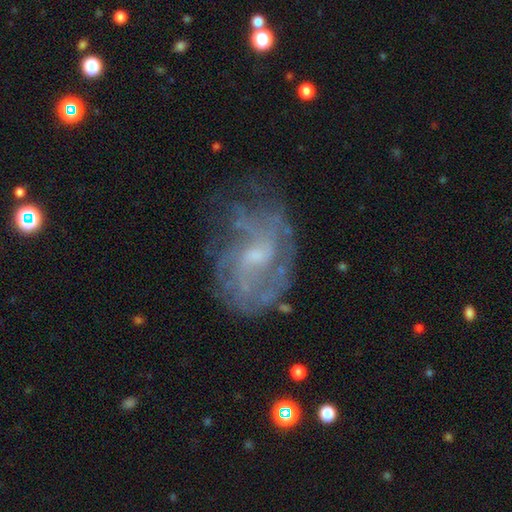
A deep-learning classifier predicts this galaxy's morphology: Smooth or featured? Predicted: featured or disk (p=0.78). Edge-on disk? Predicted: no (p=0.97). Bar? Predicted: no (p=0.49). Spiral arms? Predicted: yes (p=0.78). Spiral winding? Predicted: medium (p=0.41). Spiral arm count? Predicted: can't tell (p=0.48). Bulge size? Predicted: small (p=0.58). Merging? Predicted: none (p=0.56).